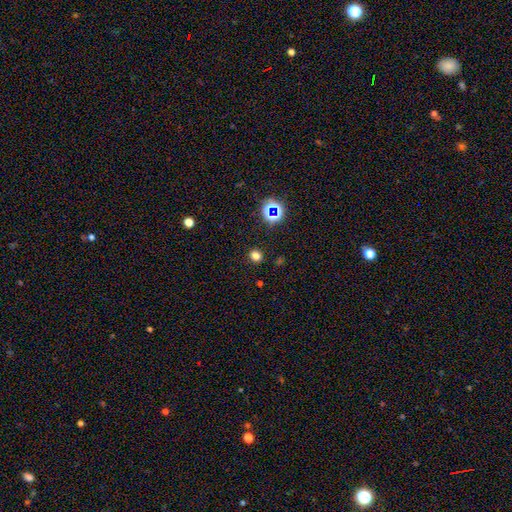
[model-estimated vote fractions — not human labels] Smooth or featured? Predicted: smooth (p=0.73). How rounded? Predicted: round (p=0.76). Merging? Predicted: none (p=0.89).